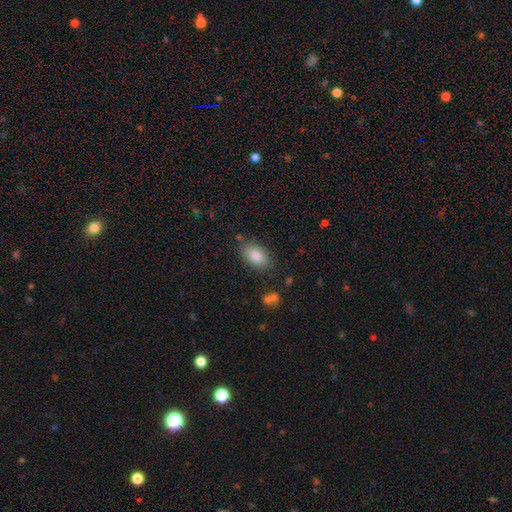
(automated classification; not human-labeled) A smooth galaxy with no disk features (84%) that is in between round and cigar-shaped (90%). Merging: none (80%).